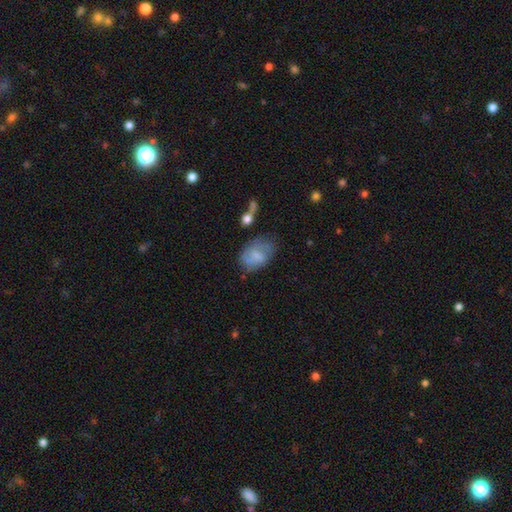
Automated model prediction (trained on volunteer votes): Smooth or featured? Predicted: smooth (p=0.54). How rounded? Predicted: in between (p=0.82). Merging? Predicted: none (p=0.54).